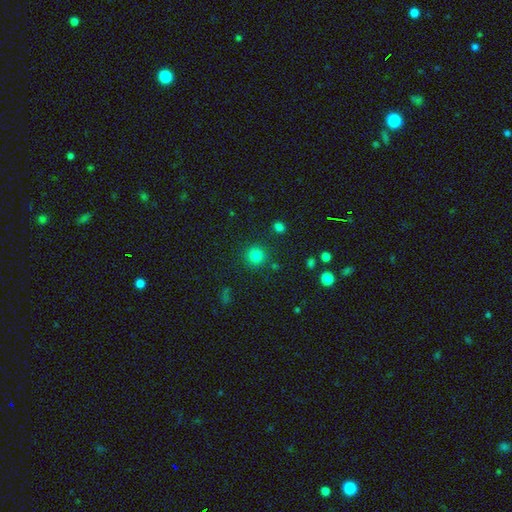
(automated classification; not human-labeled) A smooth galaxy with no disk features (82%) that is round (94%). Merging: none (88%).